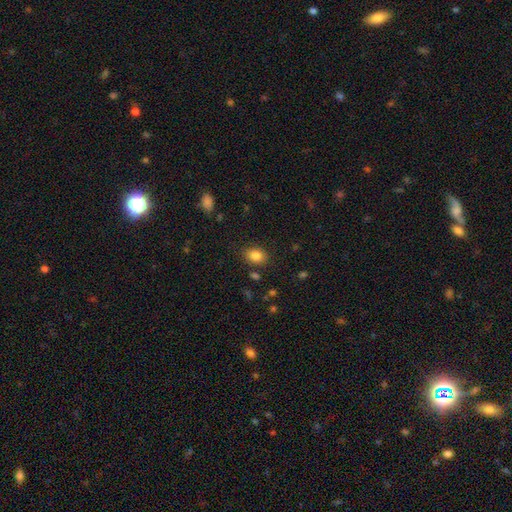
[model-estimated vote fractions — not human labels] smooth 84%, star or artifact 10%, featured or disk 6%. Down the decision tree: how rounded — in between (65%); merging — none (83%).